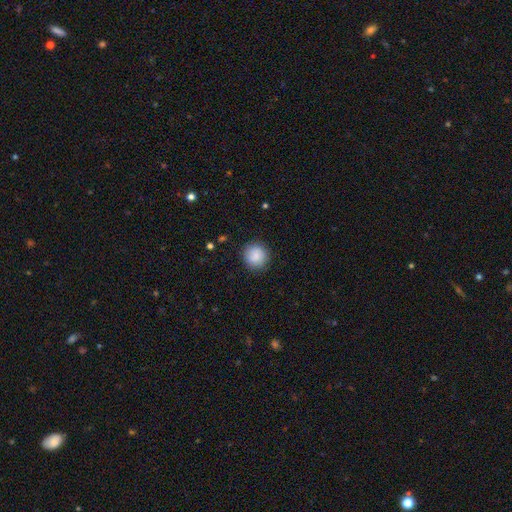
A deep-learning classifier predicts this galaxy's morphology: A smooth galaxy with no disk features (88%) that is round (93%). Merging: none (89%).